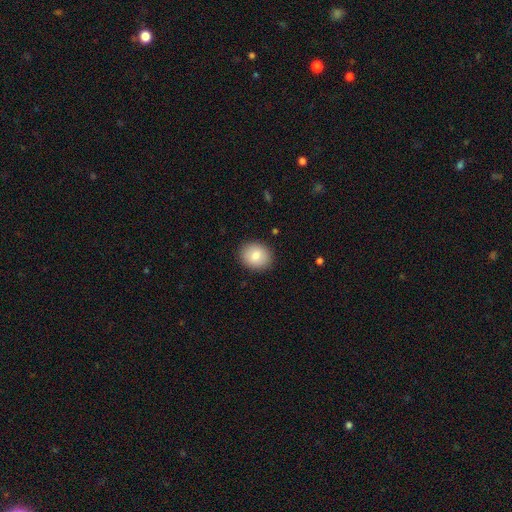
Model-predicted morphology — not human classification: Smooth or featured?
  - smooth: 83% *
  - featured or disk: 9%
  - star or artifact: 8%
How rounded?
  - round: 64% *
  - in between: 36%
  - cigar-shaped: 1%
Merging?
  - none: 89% *
  - minor disturbance: 8%
  - major disturbance: 2%
  - merger: 1%